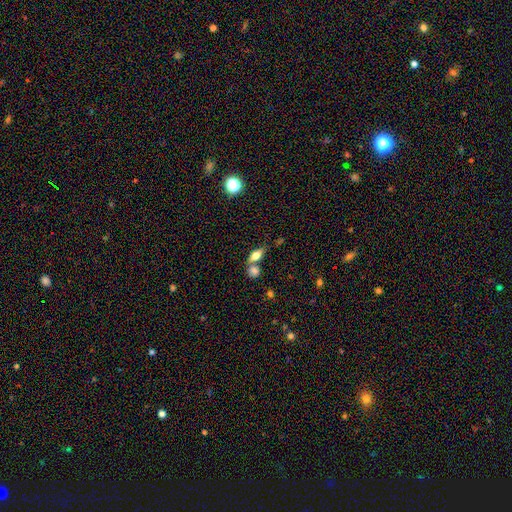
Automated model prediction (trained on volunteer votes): smooth 60%, featured or disk 30%, star or artifact 10%. Down the decision tree: how rounded — in between (69%); merging — none (54%).